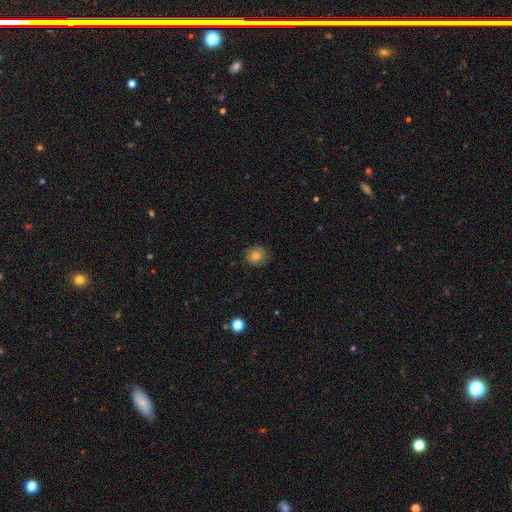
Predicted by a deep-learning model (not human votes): Smooth or featured? smooth (78%)
How rounded? round (87%)
Merging? none (86%)